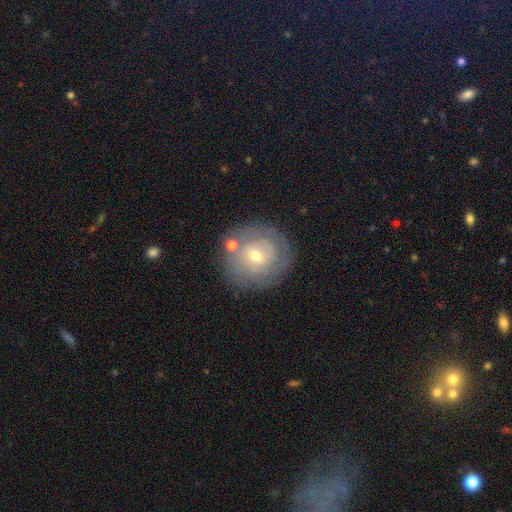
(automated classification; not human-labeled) smooth_or_featured: featured or disk (p=0.66) [alt: smooth p=0.27]
disk_edge_on: no (p=0.97) [alt: yes p=0.03]
bar: no (p=0.53) [alt: weak p=0.39]
has_spiral_arms: yes (p=0.77) [alt: no p=0.23]
bulge_size: moderate (p=0.51) [alt: small p=0.45]
merging: none (p=0.78) [alt: minor disturbance p=0.13]